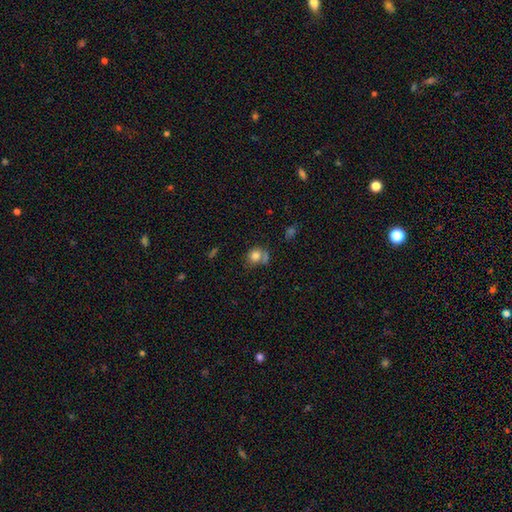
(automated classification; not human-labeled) Q: Smooth or featured?
A: smooth (79%); runner-up: featured or disk (11%)
Q: How rounded?
A: round (64%); runner-up: in between (35%)
Q: Merging?
A: none (48%); runner-up: merger (25%)